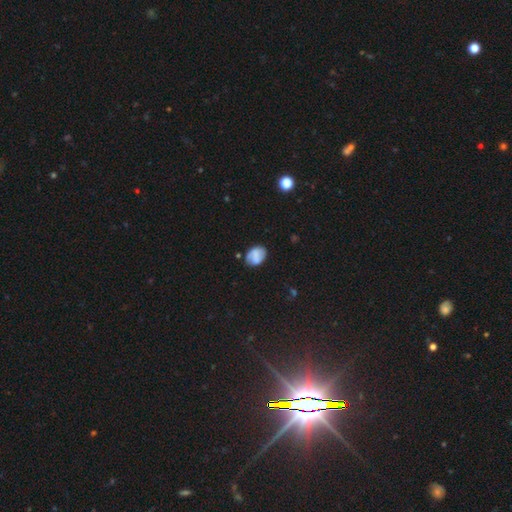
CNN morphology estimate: Smooth or featured?
  - smooth: 61% *
  - featured or disk: 29%
  - star or artifact: 10%
How rounded?
  - in between: 73% *
  - round: 26%
  - cigar-shaped: 1%
Merging?
  - none: 68% *
  - minor disturbance: 22%
  - major disturbance: 6%
  - merger: 4%